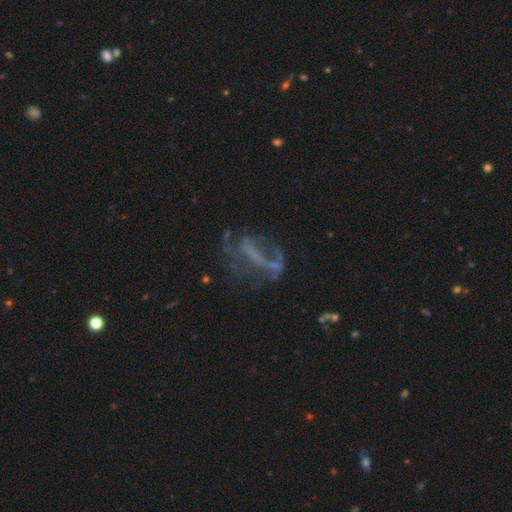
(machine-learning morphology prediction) A featured or disk galaxy (62%) with no bar (40%), no spiral arms (56%) and no central bulge (70%).

Vote fractions:
- Smooth or featured? featured or disk: 62% / star or artifact: 20% / smooth: 18%
- Edge-on disk? no: 87% / yes: 13%
- Bar? no: 40% / strong: 36% / weak: 23%
- Spiral arms? no: 56% / yes: 44%
- Bulge size? none: 70% / small: 17% / moderate: 9% / large: 3% / dominant: 1%
- Merging? none: 42% / major disturbance: 35% / minor disturbance: 18% / merger: 5%